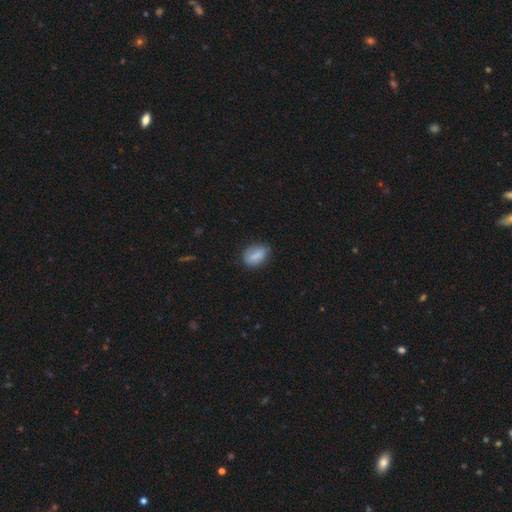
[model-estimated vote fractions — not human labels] This is likely a smooth galaxy (80%). How rounded: clearly in between (82%). Merging: likely none (71%).